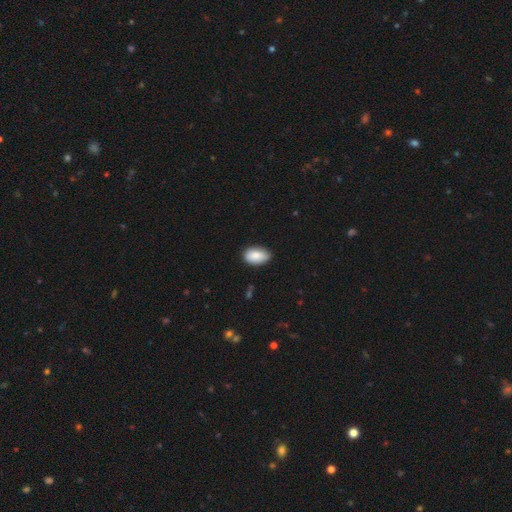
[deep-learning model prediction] Q: Smooth or featured?
A: smooth (86%); runner-up: featured or disk (8%)
Q: How rounded?
A: in between (93%); runner-up: round (6%)
Q: Merging?
A: none (76%); runner-up: minor disturbance (21%)